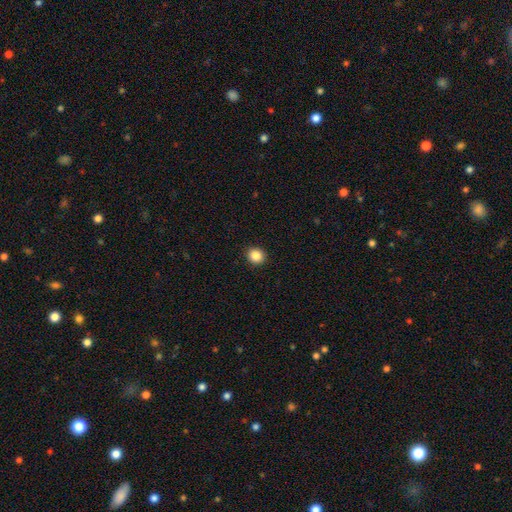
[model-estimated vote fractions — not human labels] A smooth galaxy with no disk features (86%) that is round (87%). Merging: none (93%).